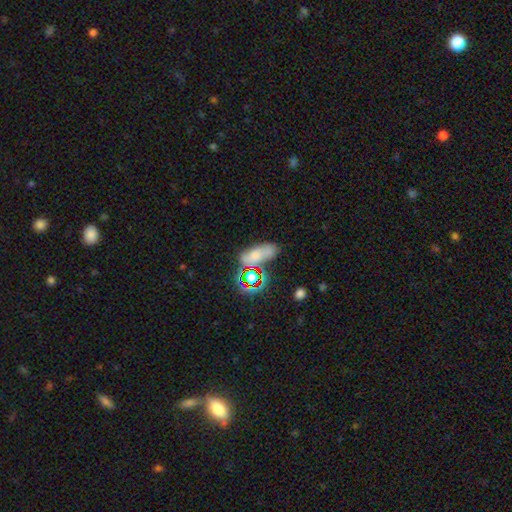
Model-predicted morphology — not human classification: type=smooth (59%); roundness=in between (76%); merging=none (53%).